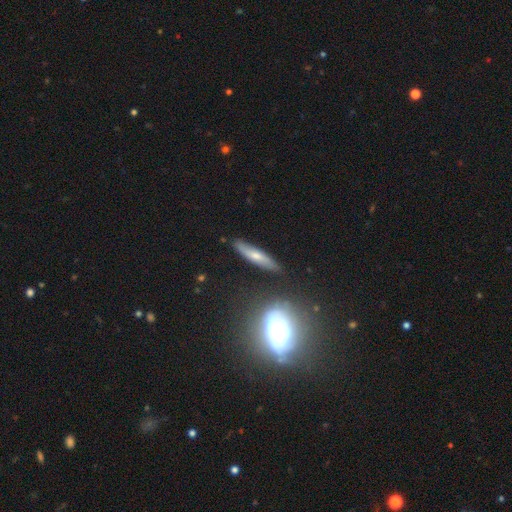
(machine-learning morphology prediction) This appears to be a smooth galaxy with no disk features (51%) that is cigar-shaped (84%). Merging: none (81%).